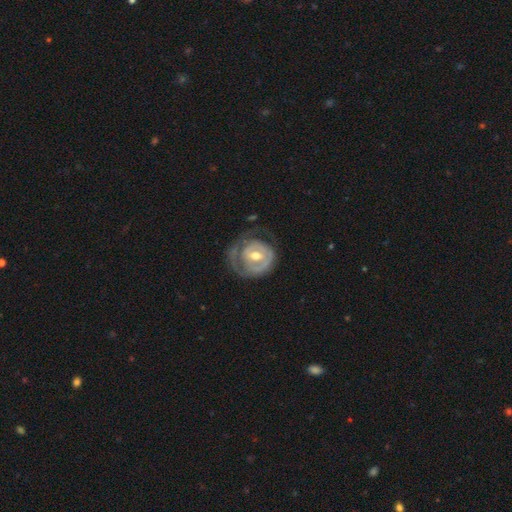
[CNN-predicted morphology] Smooth or featured: featured or disk — 74% (smooth — 22%)
Edge-on disk: no — 97% (yes — 3%)
Bar: weak — 43% (no — 40%)
Spiral arms: yes — 62% (no — 38%)
Bulge size: moderate — 72% (small — 18%)
Merging: none — 48% (major disturbance — 27%)